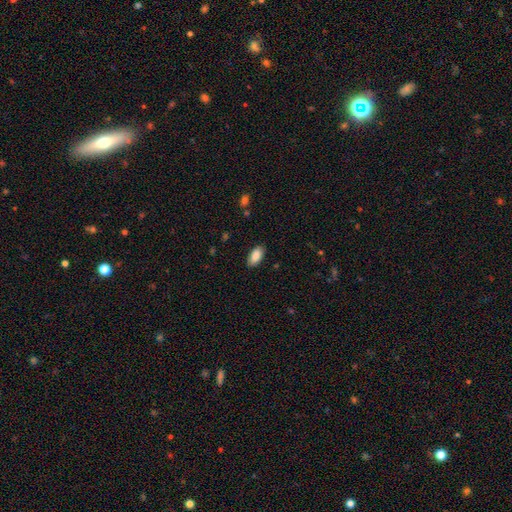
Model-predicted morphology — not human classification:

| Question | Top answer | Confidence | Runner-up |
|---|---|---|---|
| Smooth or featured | smooth | 88% | star or artifact (6%) |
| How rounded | in between | 93% | cigar-shaped (5%) |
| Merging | none | 86% | minor disturbance (11%) |